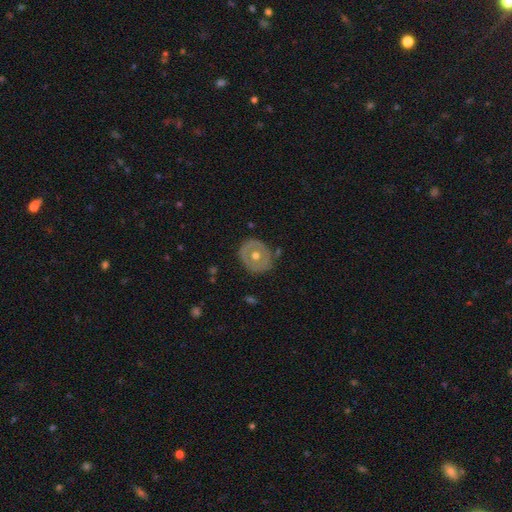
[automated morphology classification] This appears to be a featured or disk galaxy (53%). Merging: none (85%).